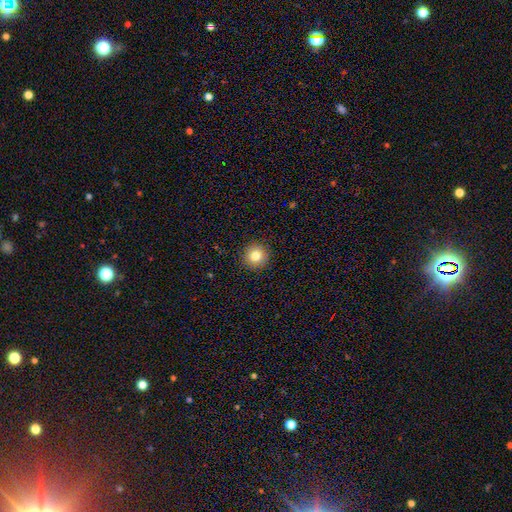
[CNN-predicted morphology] This is clearly a smooth galaxy (81%). How rounded: clearly round (95%). Merging: clearly none (92%).